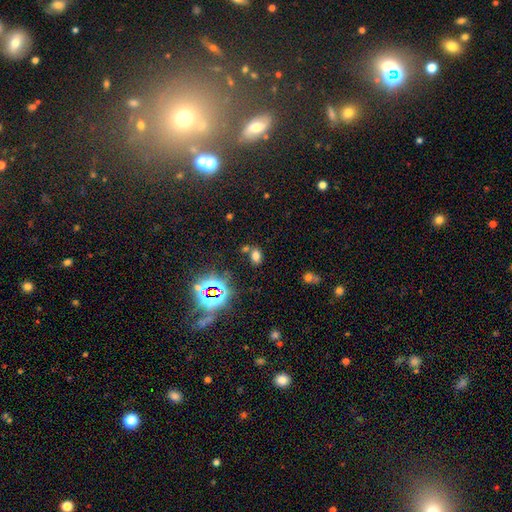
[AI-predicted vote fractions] Smooth or featured?
  - smooth: 65% *
  - star or artifact: 26%
  - featured or disk: 9%
How rounded?
  - in between: 80% *
  - round: 18%
  - cigar-shaped: 2%
Merging?
  - none: 68% *
  - merger: 17%
  - minor disturbance: 11%
  - major disturbance: 4%